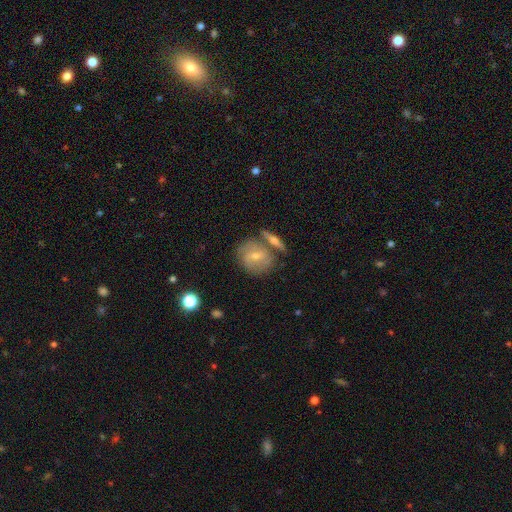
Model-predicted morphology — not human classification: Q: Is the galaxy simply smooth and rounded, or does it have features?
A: featured or disk — 55%.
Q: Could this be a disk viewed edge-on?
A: no — 89%.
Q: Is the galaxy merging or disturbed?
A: none — 60%.